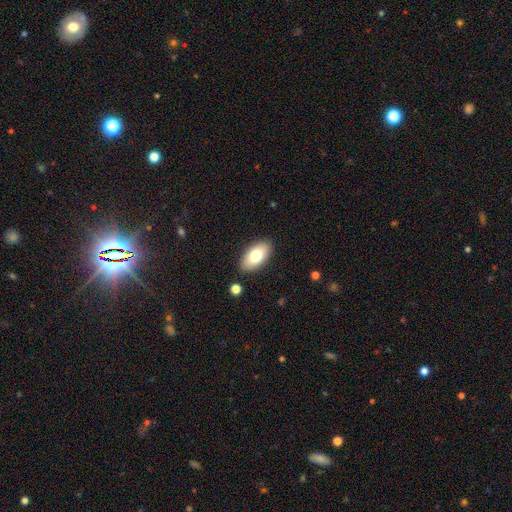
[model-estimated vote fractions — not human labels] A smooth galaxy with no disk features (76%) that is in between round and cigar-shaped (94%).

Vote fractions:
- Smooth or featured? smooth: 76% / featured or disk: 17% / star or artifact: 7%
- How rounded? in between: 94% / round: 3% / cigar-shaped: 3%
- Merging? none: 88% / minor disturbance: 8% / major disturbance: 2% / merger: 2%